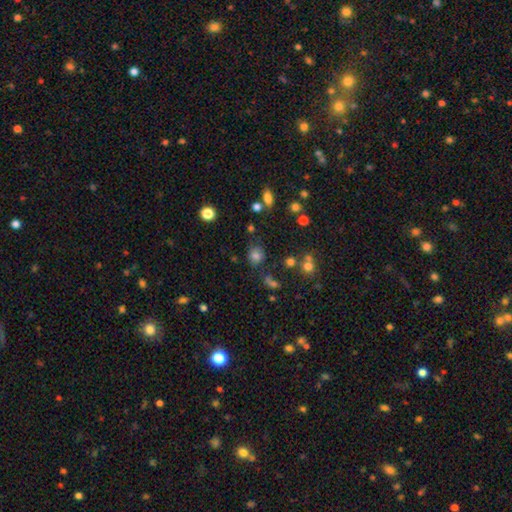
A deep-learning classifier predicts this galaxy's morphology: Smooth or featured? Predicted: smooth (p=0.75). How rounded? Predicted: round (p=0.70). Merging? Predicted: none (p=0.69).